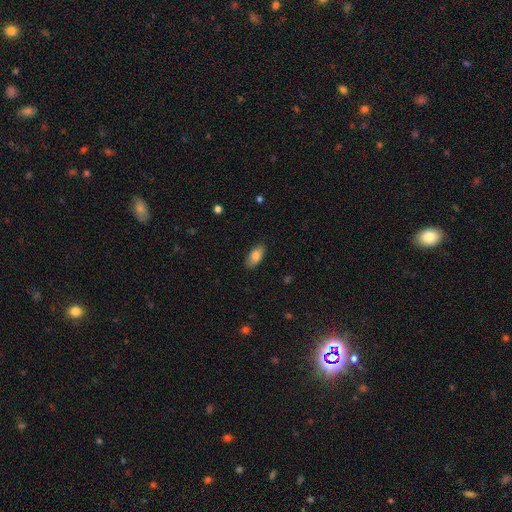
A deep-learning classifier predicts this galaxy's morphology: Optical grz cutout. It shows a smooth galaxy with no disk features (82%) that is in between round and cigar-shaped (90%). Merging: none (86%).